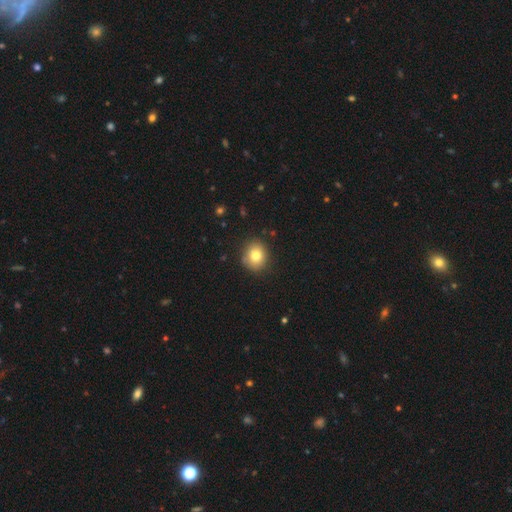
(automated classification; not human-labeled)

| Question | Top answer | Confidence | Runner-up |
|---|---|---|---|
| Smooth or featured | smooth | 79% | star or artifact (11%) |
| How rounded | round | 77% | in between (23%) |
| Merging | none | 86% | minor disturbance (10%) |